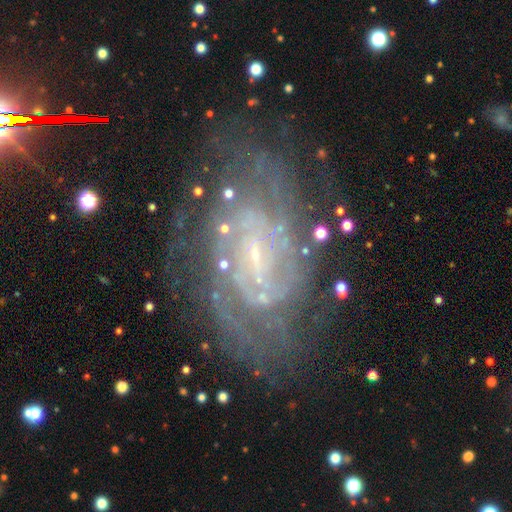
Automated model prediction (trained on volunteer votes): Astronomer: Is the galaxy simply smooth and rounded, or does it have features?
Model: featured or disk — 84%.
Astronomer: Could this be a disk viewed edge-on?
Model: no — 96%.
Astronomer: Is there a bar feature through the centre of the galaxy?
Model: weak — 45% (runner-up: no, 33%).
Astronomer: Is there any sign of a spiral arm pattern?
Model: yes — 93%.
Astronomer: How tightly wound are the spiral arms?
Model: tight — 64%.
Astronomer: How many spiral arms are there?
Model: can't tell — 40% (runner-up: 2, 21%).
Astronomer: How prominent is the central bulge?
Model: small — 63%.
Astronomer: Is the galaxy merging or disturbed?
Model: none — 70%.